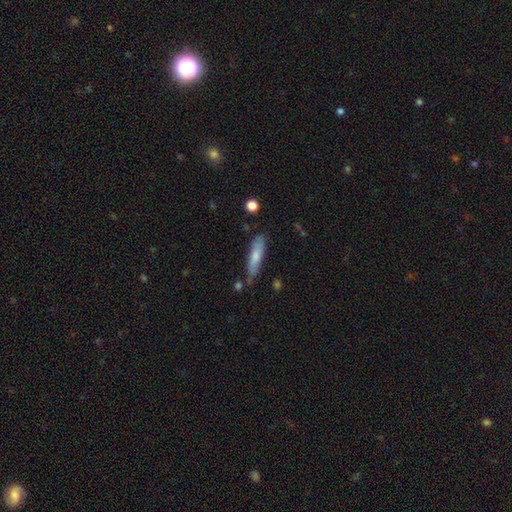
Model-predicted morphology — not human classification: The model was most divided on "merging": none: 68%, minor disturbance: 23%, merger: 5%, major disturbance: 4%. More confident: how rounded — cigar-shaped (74%); smooth or featured — smooth (72%).